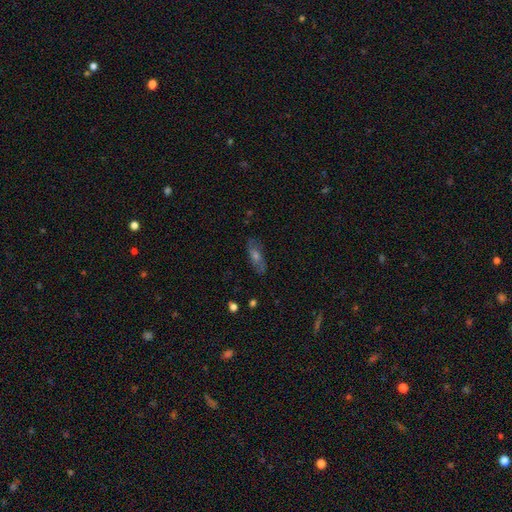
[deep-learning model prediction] Overall: featured or disk (52%; smooth 32%). Edge-on disk: no (74%). Merging: none (82%).